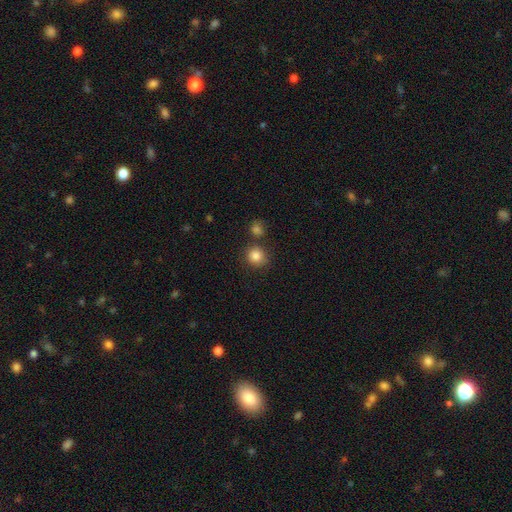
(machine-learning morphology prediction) Smooth or featured? Predicted: smooth (p=0.84). How rounded? Predicted: round (p=0.90). Merging? Predicted: none (p=0.78).